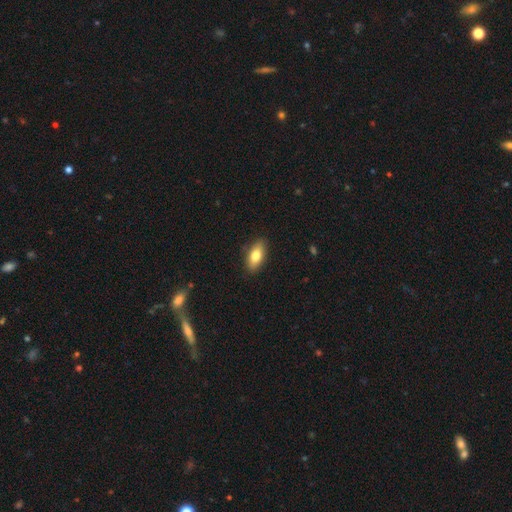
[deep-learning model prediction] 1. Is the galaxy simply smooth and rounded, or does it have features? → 77% smooth, 17% featured or disk, 6% star or artifact.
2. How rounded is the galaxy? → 85% in between, 12% cigar-shaped, 3% round.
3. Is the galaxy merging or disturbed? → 87% none, 10% minor disturbance, 2% major disturbance, 1% merger.